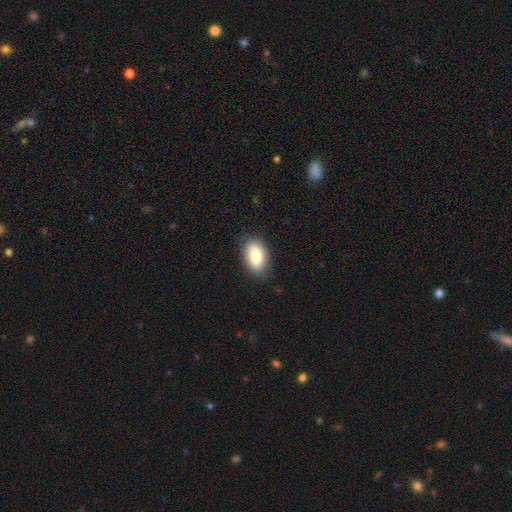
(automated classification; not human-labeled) Smooth or featured? Predicted: smooth (p=0.84). How rounded? Predicted: in between (p=0.91). Merging? Predicted: none (p=0.82).